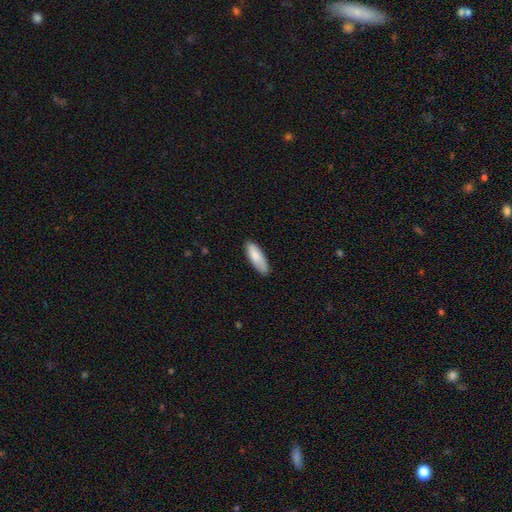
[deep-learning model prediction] Smooth or featured? Predicted: smooth (p=0.86). How rounded? Predicted: in between (p=0.60). Merging? Predicted: none (p=0.82).